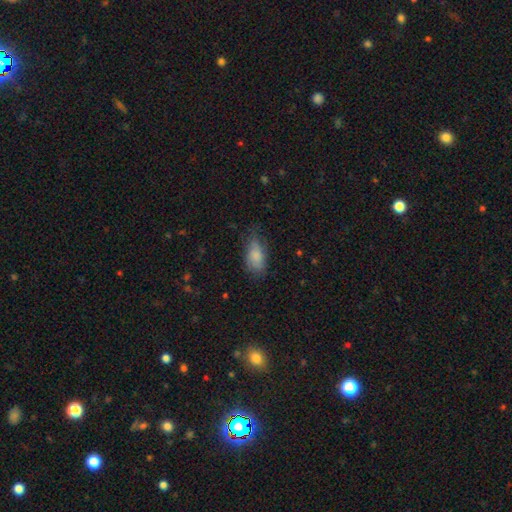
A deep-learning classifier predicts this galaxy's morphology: type=smooth (79%); roundness=in between (90%); merging=none (55%).